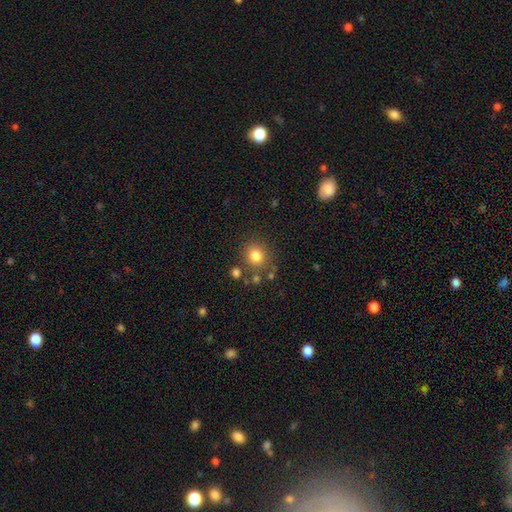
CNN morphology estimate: The model was most divided on "how rounded": round: 83%, in between: 16%, cigar-shaped: 1%. More confident: smooth or featured — smooth (80%); merging — none (80%).